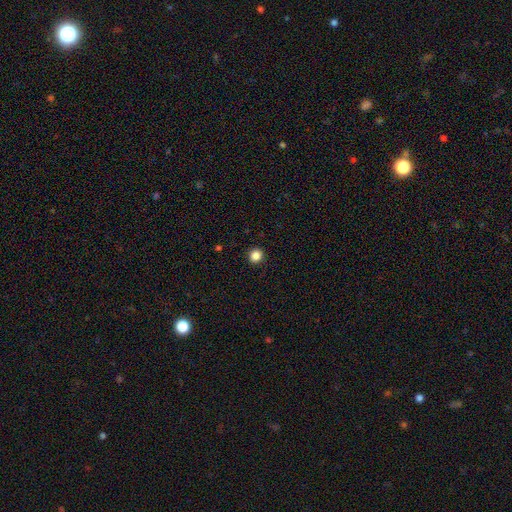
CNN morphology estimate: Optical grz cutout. It shows a smooth galaxy with no disk features (86%) that is round (92%). Merging: none (93%).